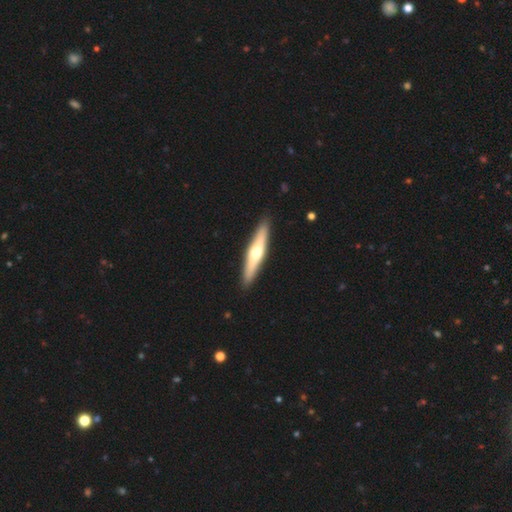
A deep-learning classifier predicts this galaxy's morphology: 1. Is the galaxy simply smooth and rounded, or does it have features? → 59% featured or disk, 36% smooth, 5% star or artifact.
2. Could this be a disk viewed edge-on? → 92% yes, 8% no.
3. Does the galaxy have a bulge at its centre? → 92% rounded, 5% none, 3% boxy.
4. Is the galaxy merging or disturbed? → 92% none, 6% minor disturbance, 1% major disturbance, 1% merger.